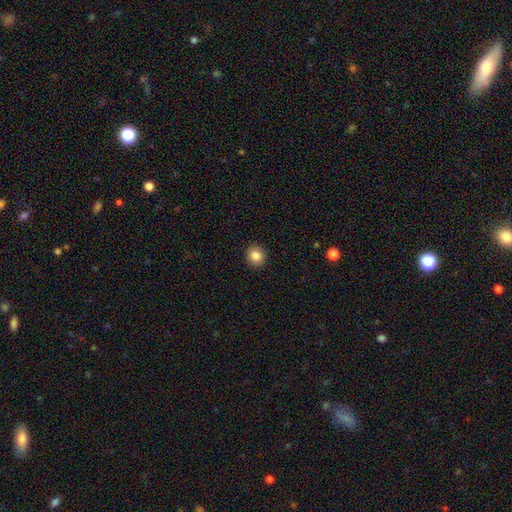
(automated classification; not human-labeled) Smooth or featured? Predicted: smooth (p=0.85). How rounded? Predicted: round (p=0.90). Merging? Predicted: none (p=0.92).